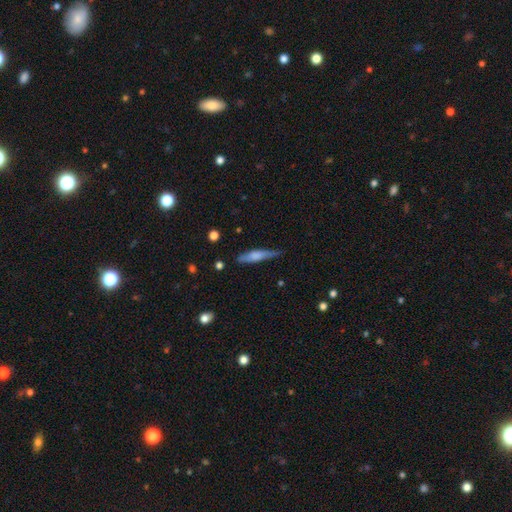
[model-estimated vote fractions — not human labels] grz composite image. It shows a smooth galaxy with no disk features (60%) that is cigar-shaped (81%). Merging: none (68%).